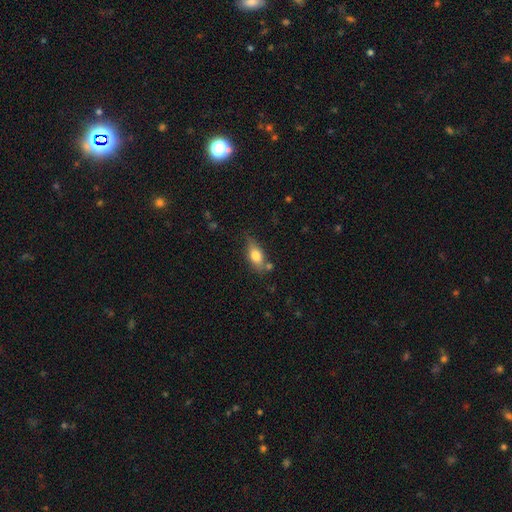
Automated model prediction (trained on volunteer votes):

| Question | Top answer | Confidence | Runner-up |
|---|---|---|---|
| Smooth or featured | smooth | 74% | featured or disk (18%) |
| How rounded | in between | 82% | cigar-shaped (12%) |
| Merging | none | 61% | minor disturbance (24%) |